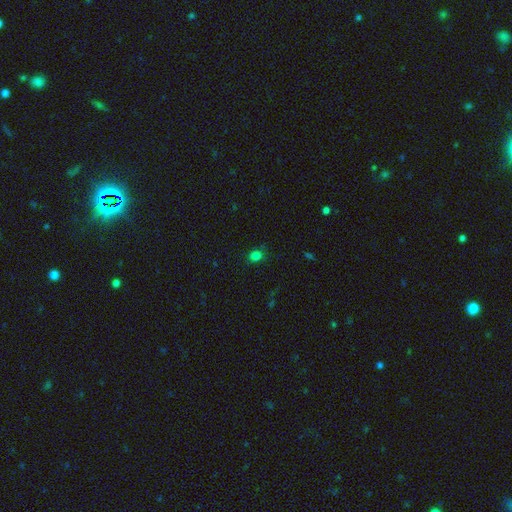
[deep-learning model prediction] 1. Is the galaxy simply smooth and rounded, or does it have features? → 78% smooth, 18% star or artifact, 4% featured or disk.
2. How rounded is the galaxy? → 54% round, 45% in between, 1% cigar-shaped.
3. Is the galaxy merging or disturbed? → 81% none, 14% minor disturbance, 4% major disturbance, 1% merger.